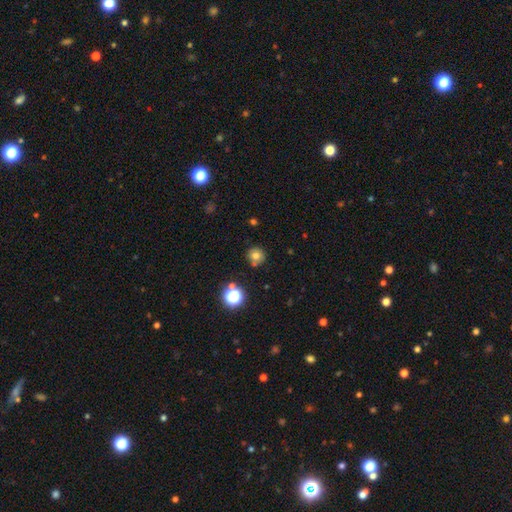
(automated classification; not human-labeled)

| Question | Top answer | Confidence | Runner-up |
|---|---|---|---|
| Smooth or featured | smooth | 71% | star or artifact (17%) |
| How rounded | round | 91% | in between (8%) |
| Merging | none | 75% | minor disturbance (11%) |